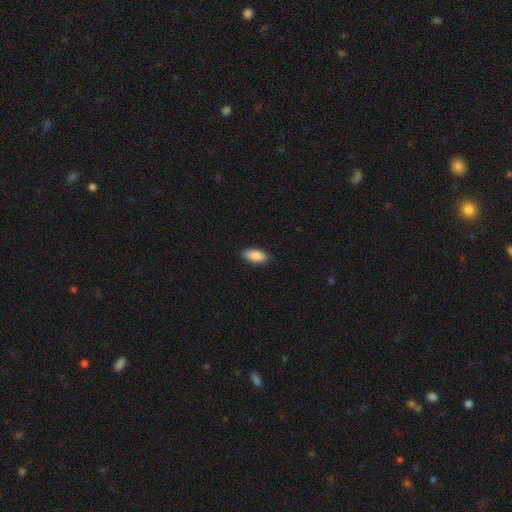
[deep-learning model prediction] Smooth or featured?
  - smooth: 88% *
  - star or artifact: 6%
  - featured or disk: 6%
How rounded?
  - in between: 86% *
  - cigar-shaped: 12%
  - round: 2%
Merging?
  - none: 87% *
  - minor disturbance: 10%
  - major disturbance: 2%
  - merger: 1%